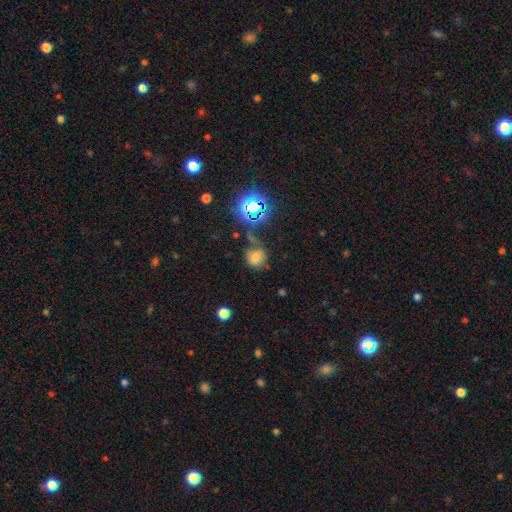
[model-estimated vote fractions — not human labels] A smooth galaxy with no disk features (51%) that is round (75%). Merging: none (54%).